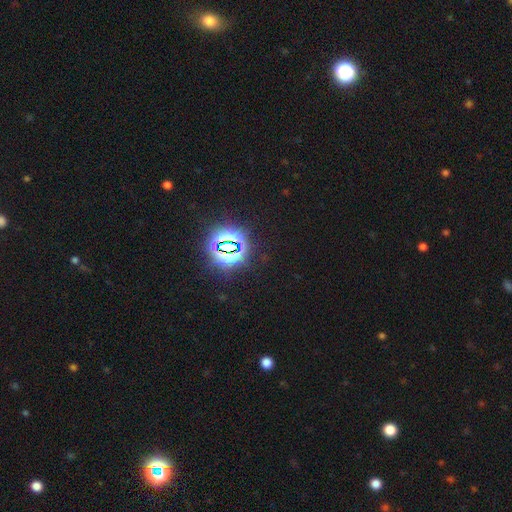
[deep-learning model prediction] smooth-or-featured: star or artifact: 82% | smooth: 12% | featured or disk: 6%